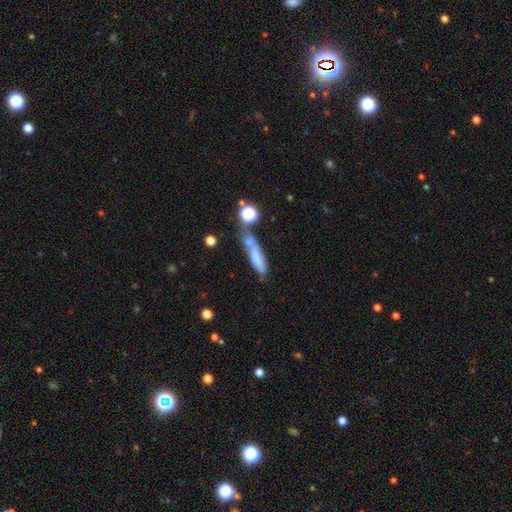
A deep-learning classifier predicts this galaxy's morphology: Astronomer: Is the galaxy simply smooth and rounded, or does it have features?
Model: smooth — 61%.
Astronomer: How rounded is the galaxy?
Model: cigar-shaped — 74%.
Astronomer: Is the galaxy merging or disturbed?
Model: none — 39% (runner-up: merger, 23%).